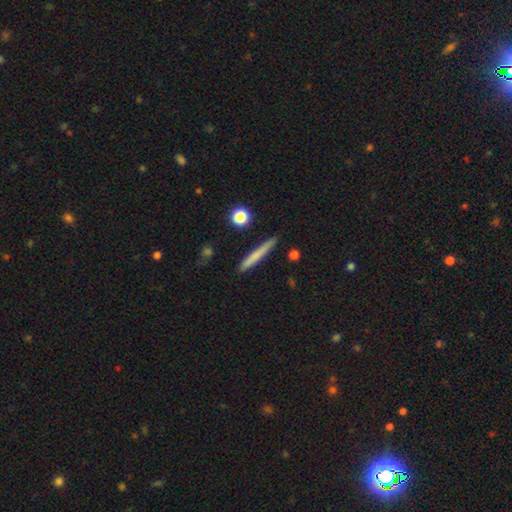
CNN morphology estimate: Smooth or featured?
  - smooth: 68% *
  - featured or disk: 26%
  - star or artifact: 7%
How rounded?
  - cigar-shaped: 96% *
  - in between: 3%
  - round: 2%
Merging?
  - none: 88% *
  - minor disturbance: 9%
  - merger: 2%
  - major disturbance: 2%